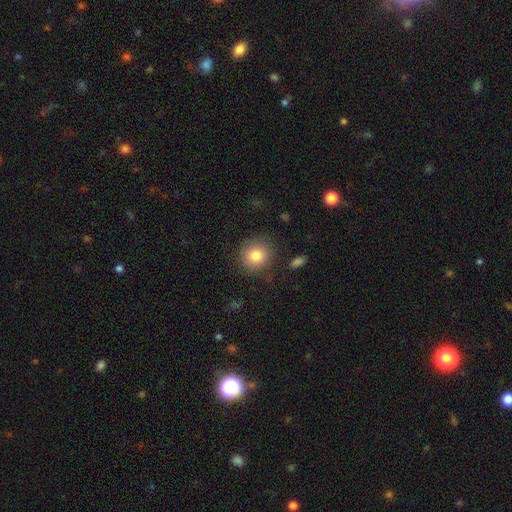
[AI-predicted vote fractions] Smooth or featured: smooth — 83% (star or artifact — 9%)
How rounded: round — 88% (in between — 11%)
Merging: none — 84% (minor disturbance — 11%)